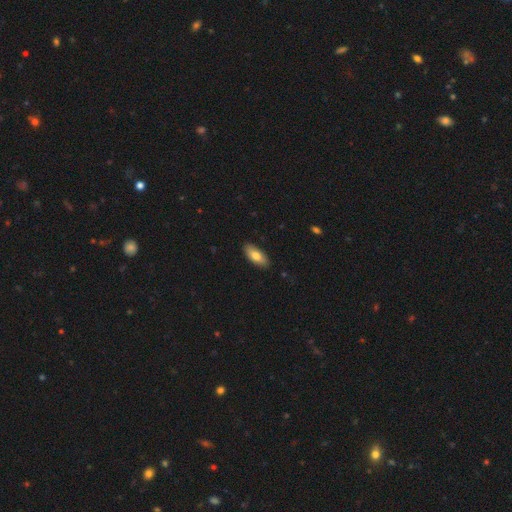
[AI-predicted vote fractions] This appears to be a smooth galaxy with no disk features (78%) that is in between round and cigar-shaped (83%). Merging: none (89%).